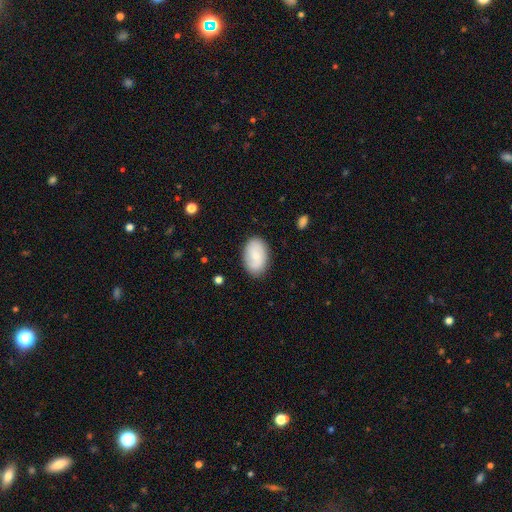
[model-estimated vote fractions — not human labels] This is likely a smooth galaxy (67%). How rounded: clearly in between (90%). Merging: clearly none (85%).